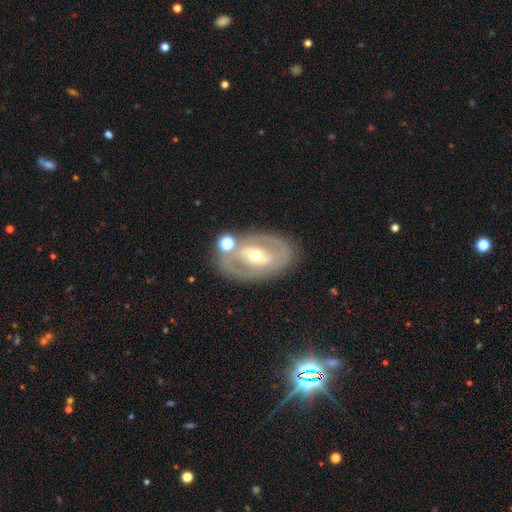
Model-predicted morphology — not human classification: Overall: featured or disk (75%). Edge-on disk: no (93%). Bar: strong (36%; weak 35%). Spiral arms: yes (50%, tied with no). Bulge size: moderate (61%; small 33%). Merging: none (72%).